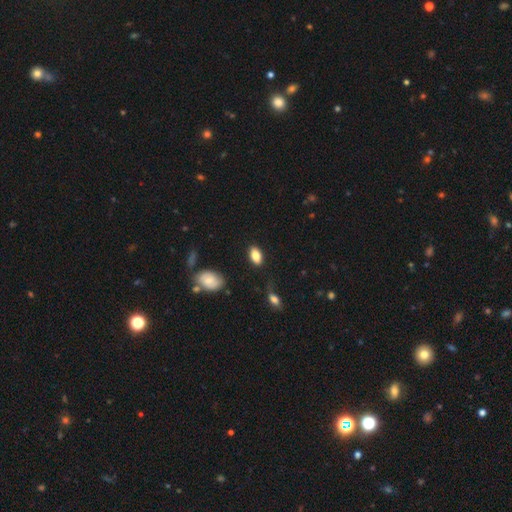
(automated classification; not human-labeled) Smooth or featured: smooth — 81% (featured or disk — 11%)
How rounded: in between — 91% (round — 5%)
Merging: none — 84% (minor disturbance — 11%)